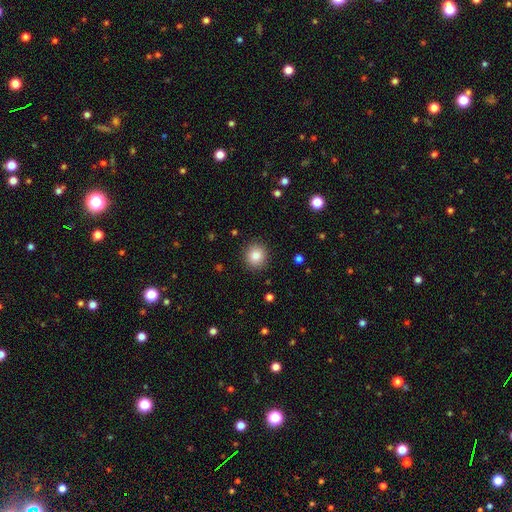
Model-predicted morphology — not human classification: Q: Smooth or featured?
A: smooth (83%); runner-up: star or artifact (10%)
Q: How rounded?
A: round (90%); runner-up: in between (9%)
Q: Merging?
A: none (90%); runner-up: minor disturbance (6%)